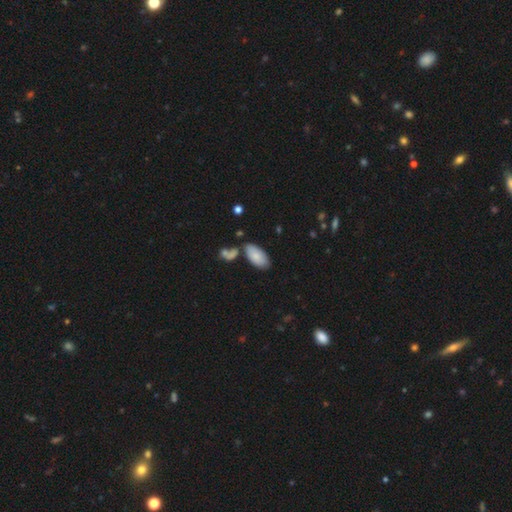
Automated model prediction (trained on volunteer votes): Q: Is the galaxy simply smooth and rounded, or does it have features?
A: smooth — 83%.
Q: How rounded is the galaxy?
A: in between — 93%.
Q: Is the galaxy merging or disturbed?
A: none — 66%.